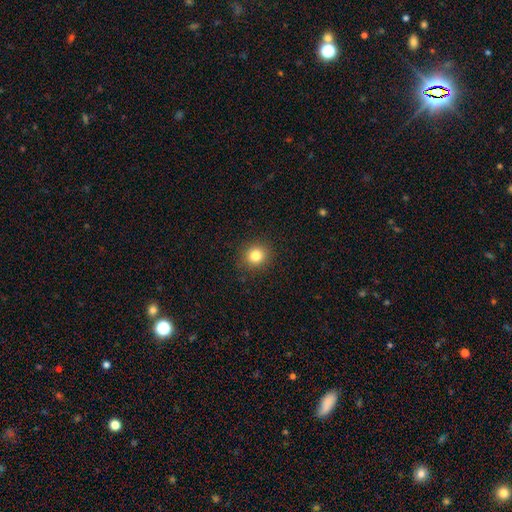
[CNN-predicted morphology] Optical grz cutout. It shows a smooth galaxy with no disk features (82%) that is round (88%). Merging: none (90%).